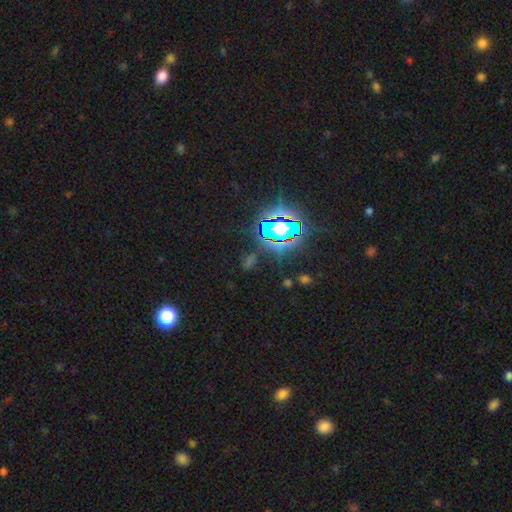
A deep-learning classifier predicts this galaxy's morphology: This is likely a star or artifact rather than a galaxy (77%).